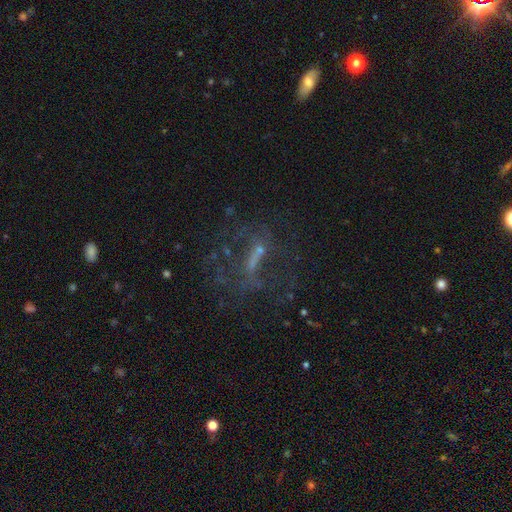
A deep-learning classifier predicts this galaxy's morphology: Q: Smooth or featured?
A: featured or disk (59%); runner-up: star or artifact (23%)
Q: Edge-on disk?
A: no (90%); runner-up: yes (10%)
Q: Bar?
A: no (40%); runner-up: weak (35%)
Q: Spiral arms?
A: no (61%); runner-up: yes (39%)
Q: Bulge size?
A: small (46%); runner-up: none (34%)
Q: Merging?
A: none (52%); runner-up: major disturbance (28%)